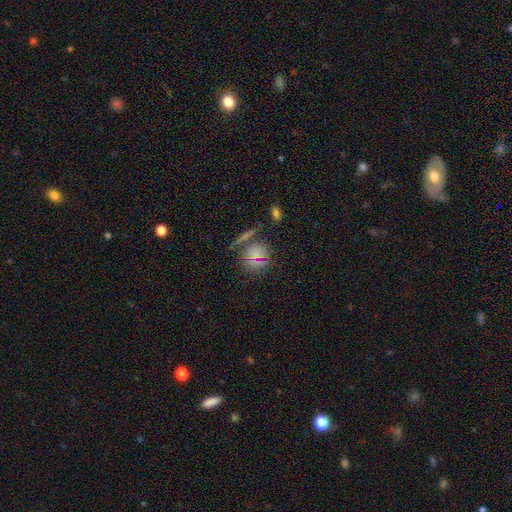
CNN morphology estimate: Smooth or featured? Predicted: smooth (p=0.62). How rounded? Predicted: round (p=0.78). Merging? Predicted: none (p=0.70).